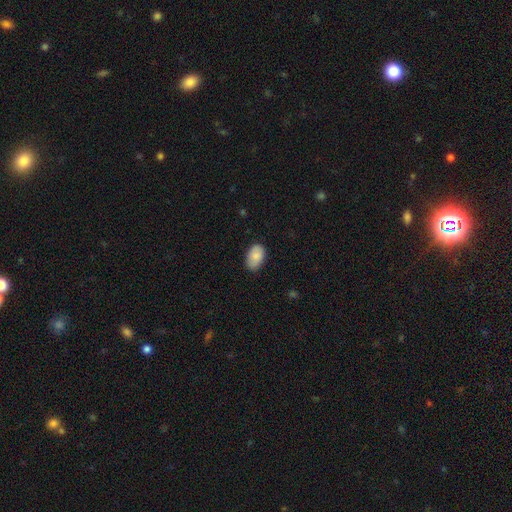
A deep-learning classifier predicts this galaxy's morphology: smooth_or_featured: smooth (p=0.86) [alt: featured or disk p=0.07]
how_rounded: in between (p=0.92) [alt: round p=0.07]
merging: none (p=0.78) [alt: minor disturbance p=0.19]